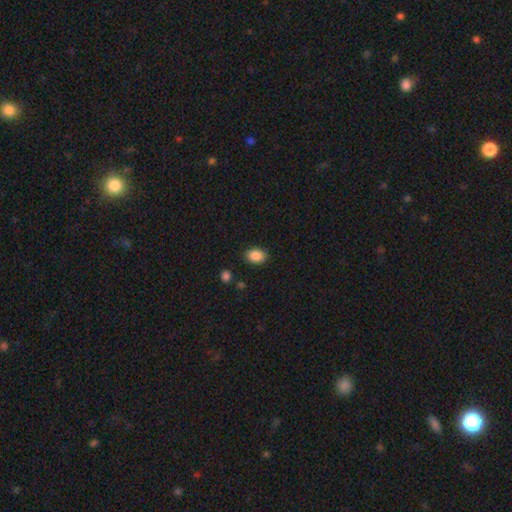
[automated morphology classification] This appears to be a smooth galaxy with no disk features (88%) that is in between round and cigar-shaped (72%). Merging: none (86%).